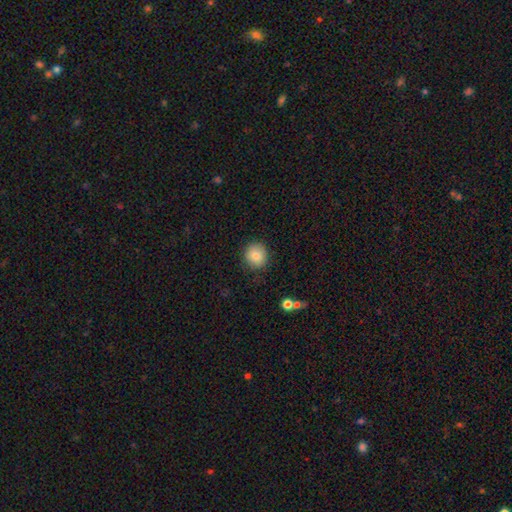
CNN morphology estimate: Overall: smooth (85%). How rounded: round (88%). Merging: none (86%).